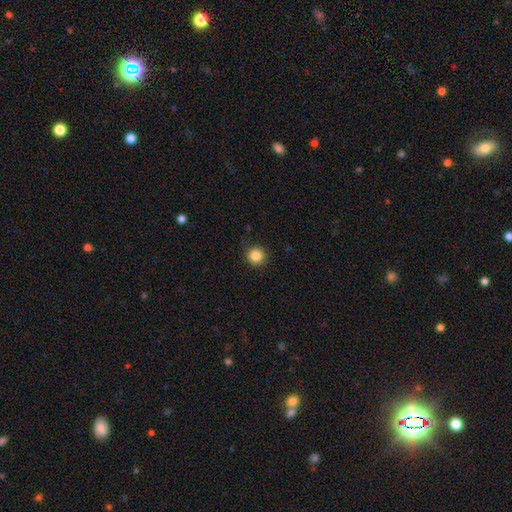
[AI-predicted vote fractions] This appears to be a smooth galaxy with no disk features (85%) that is round (95%). Merging: none (90%).